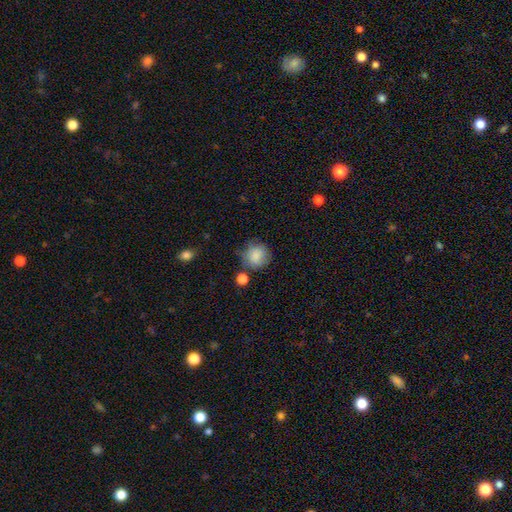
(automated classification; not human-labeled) Smooth or featured: smooth — 84% (star or artifact — 9%)
How rounded: round — 85% (in between — 14%)
Merging: none — 66% (minor disturbance — 20%)